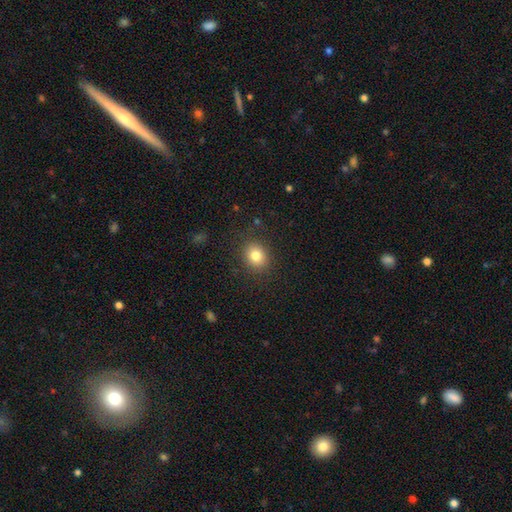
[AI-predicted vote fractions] smooth-or-featured: smooth: 81% | star or artifact: 11% | featured or disk: 8%
  how-rounded: round: 70% | in between: 29% | cigar-shaped: 1%
  merging: none: 86% | minor disturbance: 9% | major disturbance: 3% | merger: 1%